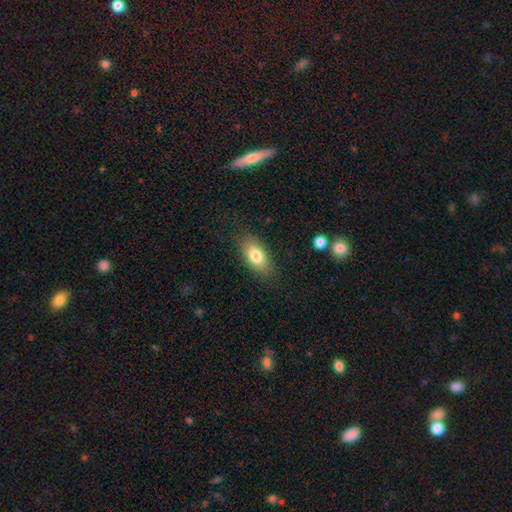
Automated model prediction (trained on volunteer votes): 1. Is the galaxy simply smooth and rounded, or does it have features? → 79% smooth, 14% featured or disk, 7% star or artifact.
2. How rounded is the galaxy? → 90% in between, 5% cigar-shaped, 5% round.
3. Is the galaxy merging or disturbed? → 84% none, 12% minor disturbance, 3% major disturbance, 1% merger.